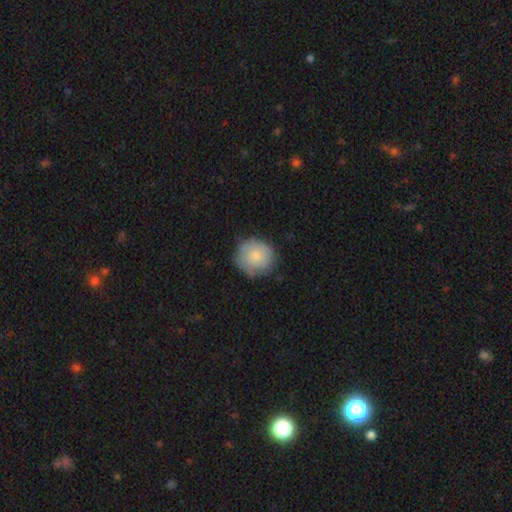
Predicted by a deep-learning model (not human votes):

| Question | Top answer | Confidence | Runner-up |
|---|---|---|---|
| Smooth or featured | smooth | 76% | featured or disk (17%) |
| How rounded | round | 89% | in between (10%) |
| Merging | none | 71% | minor disturbance (22%) |